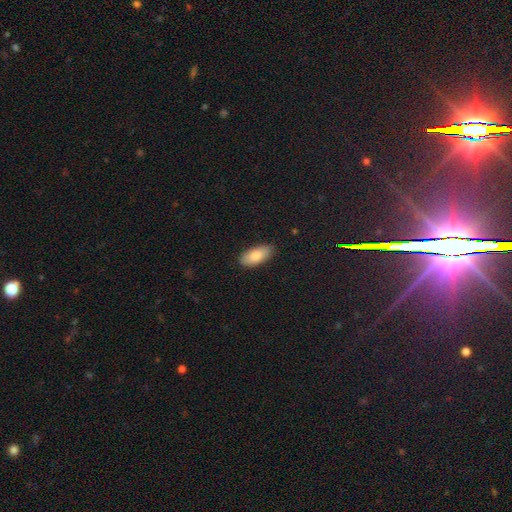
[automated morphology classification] type=smooth (85%); roundness=in between (90%); merging=none (87%).